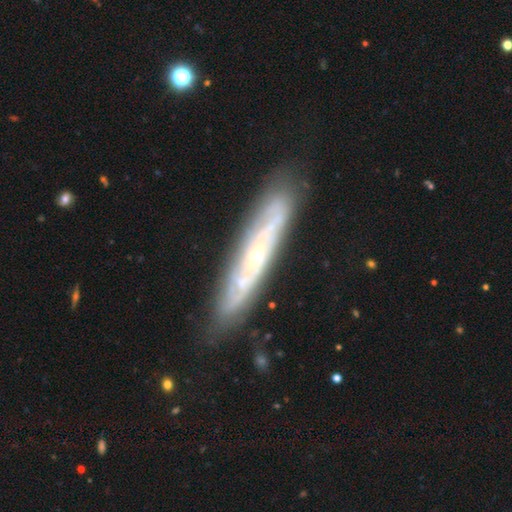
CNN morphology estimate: Smooth or featured: featured or disk — 77% (smooth — 17%)
Edge-on disk: no — 60% (yes — 40%)
Merging: none — 80% (minor disturbance — 14%)